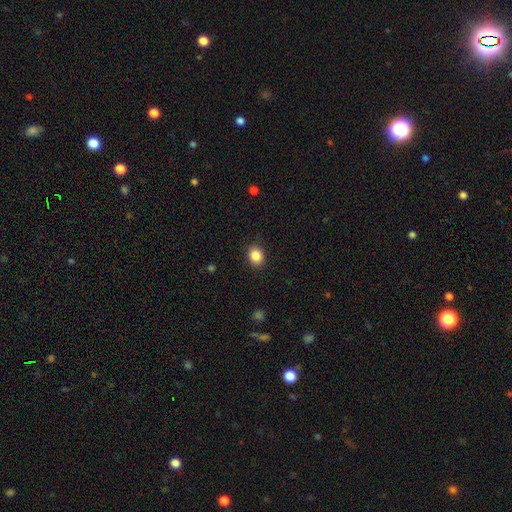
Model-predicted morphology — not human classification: Smooth or featured?
  - smooth: 87% *
  - star or artifact: 9%
  - featured or disk: 4%
How rounded?
  - round: 55% *
  - in between: 44%
  - cigar-shaped: 1%
Merging?
  - none: 87% *
  - minor disturbance: 9%
  - major disturbance: 3%
  - merger: 1%